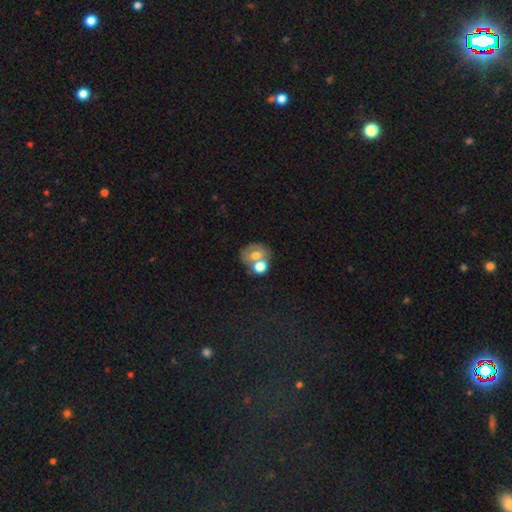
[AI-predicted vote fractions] A smooth galaxy with no disk features (60%) that is round (59%). Merging: merger (50%).